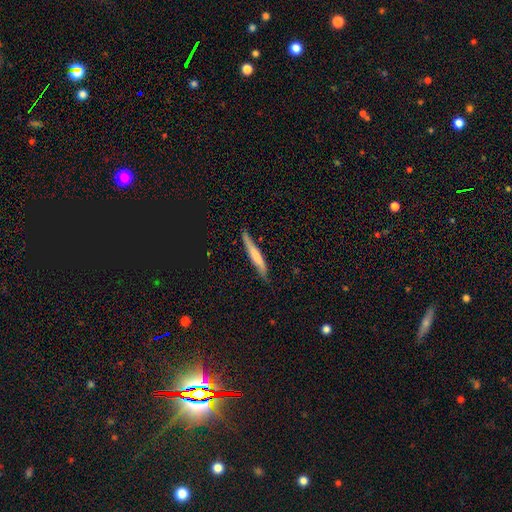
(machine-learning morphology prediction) The model was most divided on "smooth or featured": smooth: 58%, featured or disk: 36%, star or artifact: 6%. More confident: how rounded — cigar-shaped (94%); merging — none (78%).